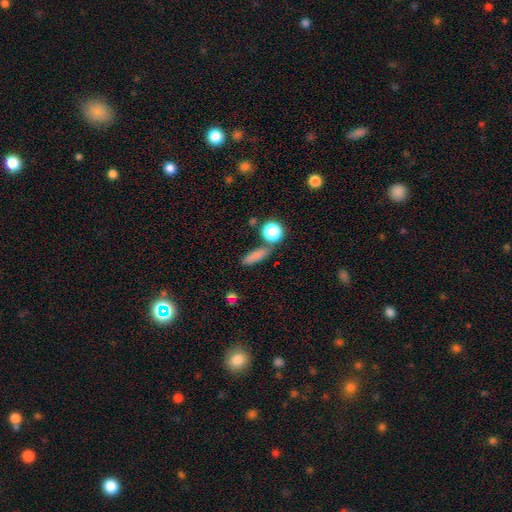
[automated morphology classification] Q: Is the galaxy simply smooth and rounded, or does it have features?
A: smooth — 81%.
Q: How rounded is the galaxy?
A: cigar-shaped — 48%.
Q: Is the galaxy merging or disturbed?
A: none — 70%.